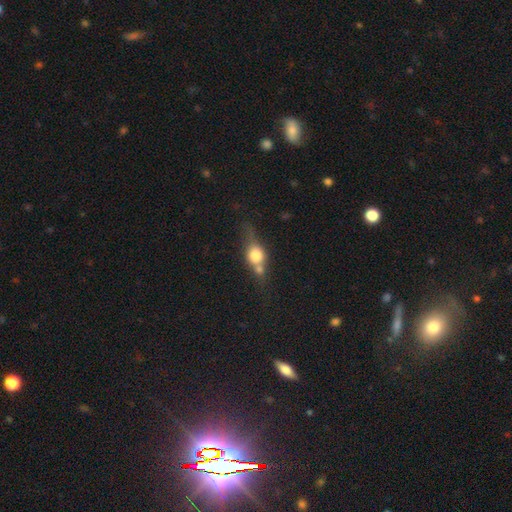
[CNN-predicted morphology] Smooth or featured? Predicted: smooth (p=0.55). How rounded? Predicted: round (p=0.49). Merging? Predicted: merger (p=0.37, tied with none).